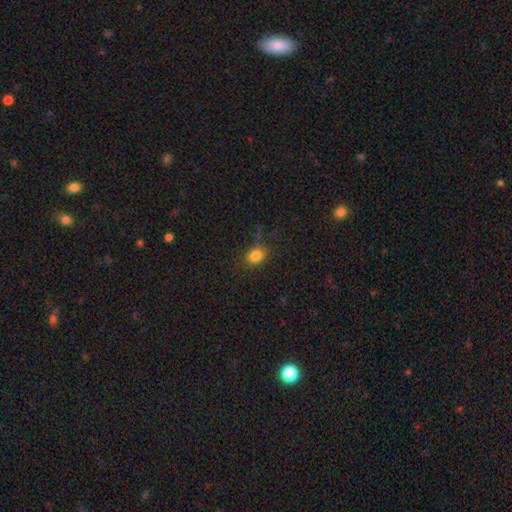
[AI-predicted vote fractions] Smooth or featured? Predicted: smooth (p=0.82). How rounded? Predicted: round (p=0.56). Merging? Predicted: none (p=0.71).